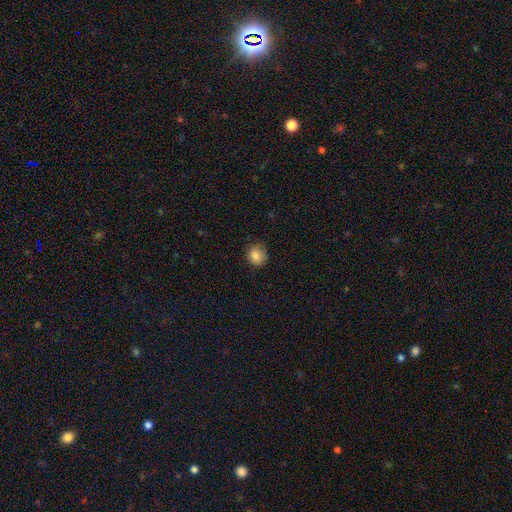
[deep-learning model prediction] A smooth galaxy with no disk features (84%) that is round (79%).

Vote fractions:
- Smooth or featured? smooth: 84% / star or artifact: 9% / featured or disk: 7%
- How rounded? round: 79% / in between: 20% / cigar-shaped: 1%
- Merging? none: 83% / minor disturbance: 13% / major disturbance: 3% / merger: 1%